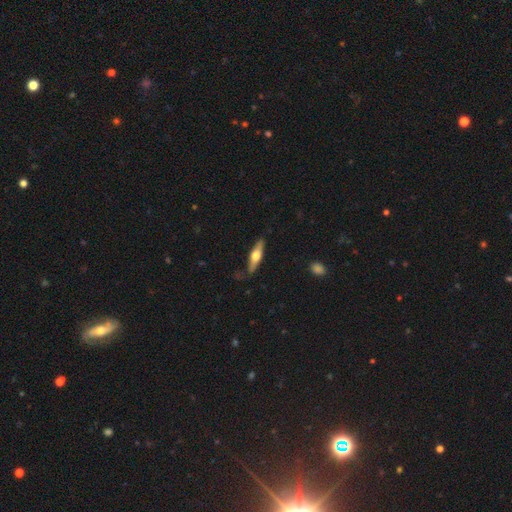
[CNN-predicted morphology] Smooth or featured?
  - featured or disk: 55% *
  - smooth: 41%
  - star or artifact: 5%
Edge-on disk?
  - yes: 92% *
  - no: 8%
Edge-on bulge?
  - rounded: 94% *
  - boxy: 4%
  - none: 2%
Merging?
  - none: 80% *
  - minor disturbance: 15%
  - major disturbance: 4%
  - merger: 2%